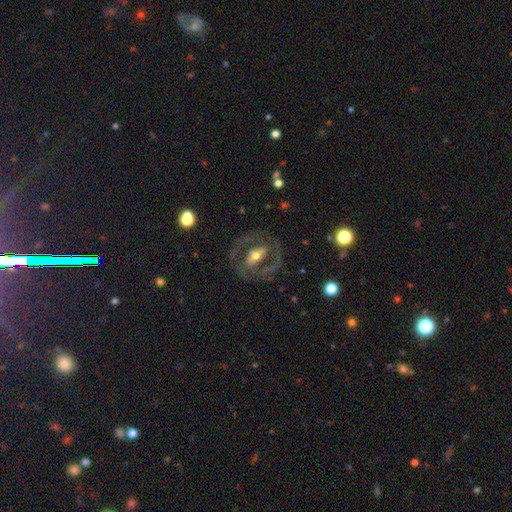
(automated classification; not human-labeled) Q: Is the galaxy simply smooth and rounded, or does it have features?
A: featured or disk — 74%.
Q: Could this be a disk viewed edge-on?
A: no — 91%.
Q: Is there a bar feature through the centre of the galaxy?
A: strong — 42%.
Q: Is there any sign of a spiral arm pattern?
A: yes — 65%.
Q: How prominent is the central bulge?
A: moderate — 64%.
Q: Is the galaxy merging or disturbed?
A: none — 79%.